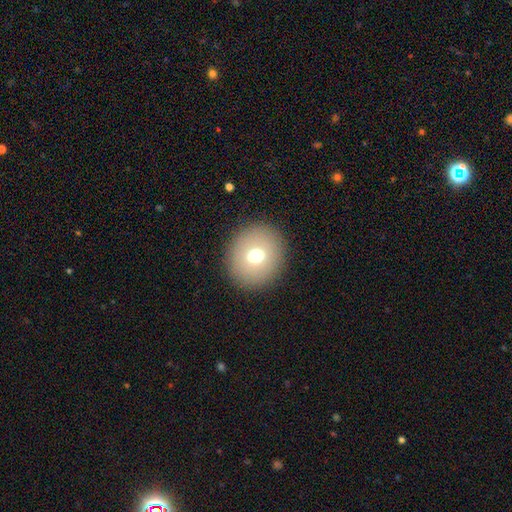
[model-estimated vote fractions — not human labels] smooth_or_featured: smooth (p=0.70) [alt: featured or disk p=0.17]
how_rounded: round (p=0.85) [alt: in between p=0.14]
merging: none (p=0.90) [alt: minor disturbance p=0.06]